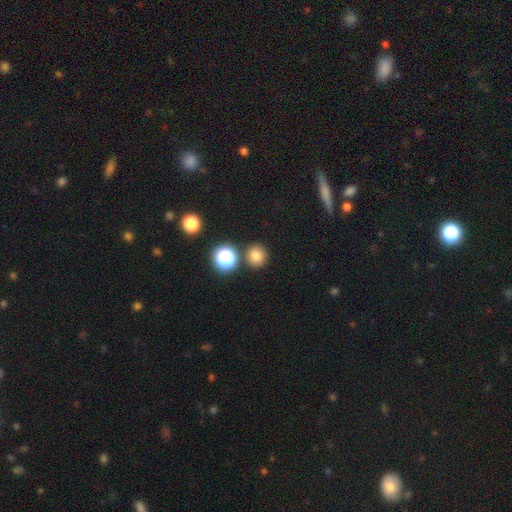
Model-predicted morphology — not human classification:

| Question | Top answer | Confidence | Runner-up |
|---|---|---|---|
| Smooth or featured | smooth | 78% | star or artifact (16%) |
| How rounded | round | 88% | in between (11%) |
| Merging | none | 84% | minor disturbance (7%) |